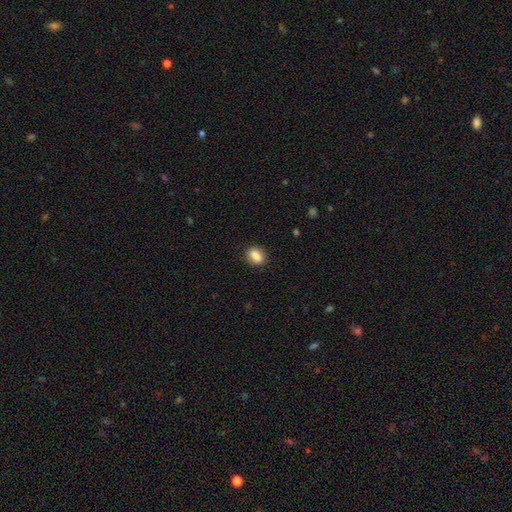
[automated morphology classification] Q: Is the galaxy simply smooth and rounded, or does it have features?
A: smooth — 85%.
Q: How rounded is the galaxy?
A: in between — 65%.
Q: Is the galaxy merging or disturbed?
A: none — 87%.